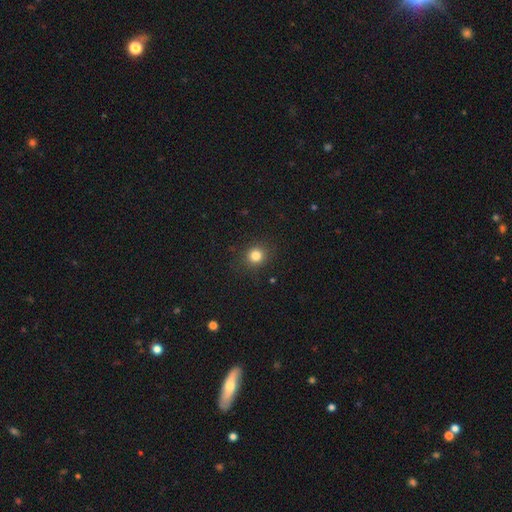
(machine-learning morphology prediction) Smooth or featured?
  - smooth: 82% *
  - star or artifact: 13%
  - featured or disk: 5%
How rounded?
  - round: 87% *
  - in between: 12%
  - cigar-shaped: 1%
Merging?
  - none: 89% *
  - minor disturbance: 7%
  - major disturbance: 3%
  - merger: 1%